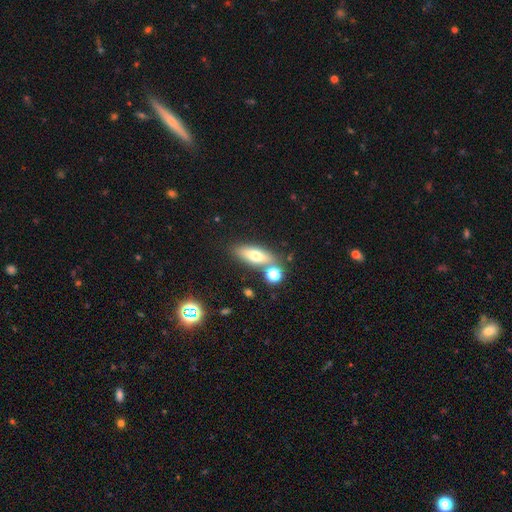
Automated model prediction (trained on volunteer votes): This is likely a smooth galaxy (63%). How rounded: possibly in between (60%). Merging: likely none (71%).